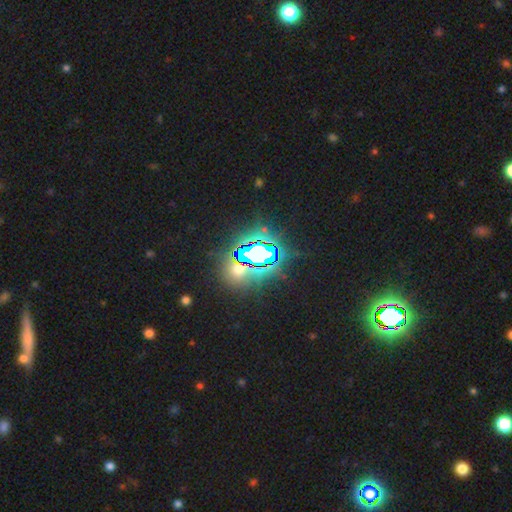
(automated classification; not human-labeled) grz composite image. It shows a star or artifact, not a galaxy (79%).